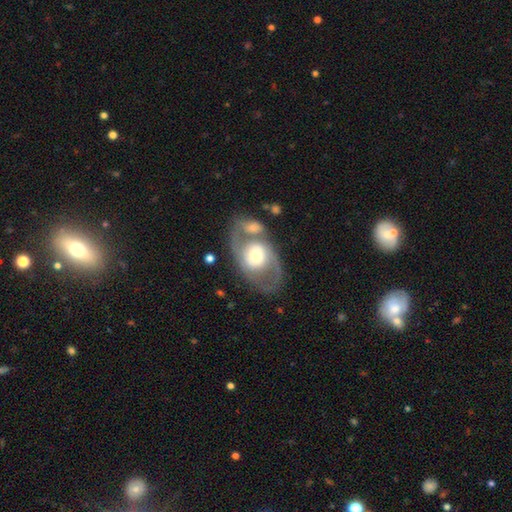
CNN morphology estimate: Overall: featured or disk (72%). Edge-on disk: no (95%). Bar: no (64%; weak 26%). Spiral arms: yes (73%). Bulge size: moderate (60%; large 23%). Merging: none (50%; merger 23%).